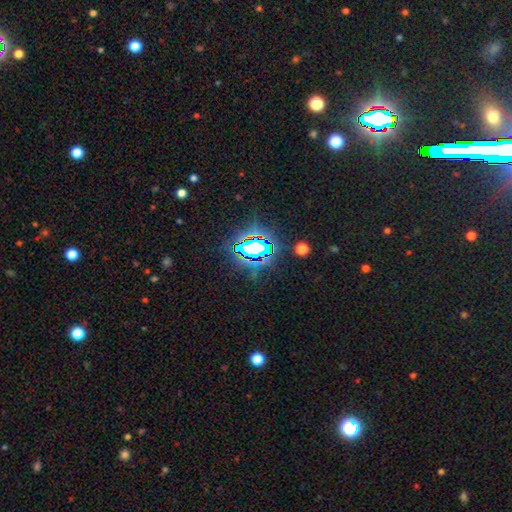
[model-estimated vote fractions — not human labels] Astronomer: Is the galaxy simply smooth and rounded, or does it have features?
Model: star or artifact — 74%.